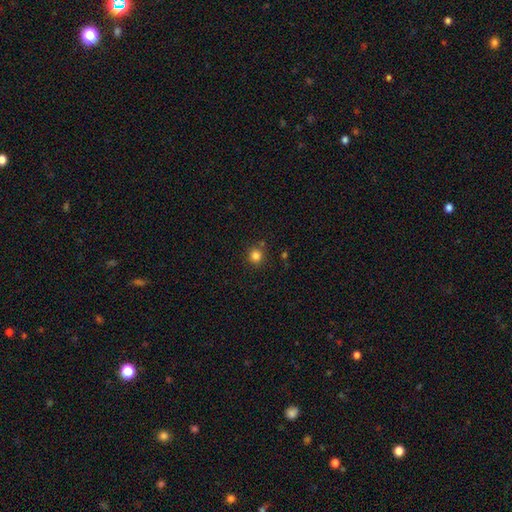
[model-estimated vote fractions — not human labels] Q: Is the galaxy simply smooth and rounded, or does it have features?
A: smooth — 83%.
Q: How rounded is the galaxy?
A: round — 93%.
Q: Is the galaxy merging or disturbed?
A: none — 83%.